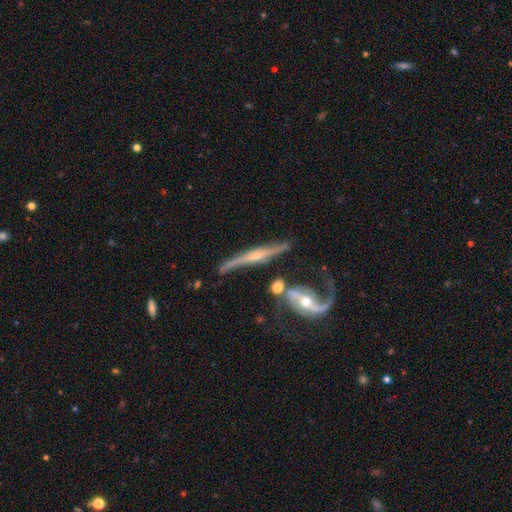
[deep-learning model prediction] smooth-or-featured: featured or disk: 83% | smooth: 11% | star or artifact: 6%
  disk-edge-on: yes: 86% | no: 14%
    edge-on-bulge: rounded: 79% | none: 15% | boxy: 5%
  merging: none: 56% | minor disturbance: 19% | merger: 17% | major disturbance: 8%